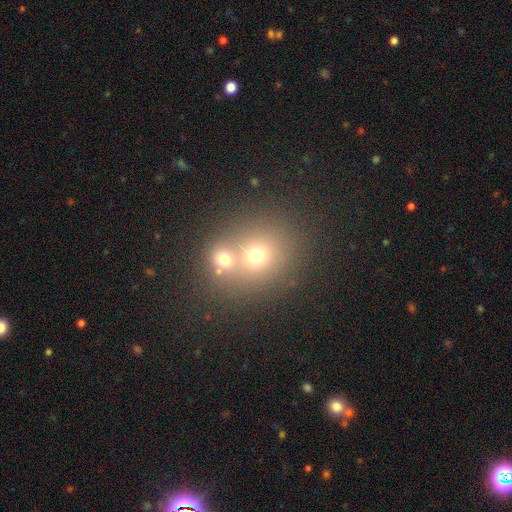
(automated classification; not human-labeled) smooth 63%, star or artifact 19%, featured or disk 18%. Down the decision tree: how rounded — round (76%); merging — merger (53%).